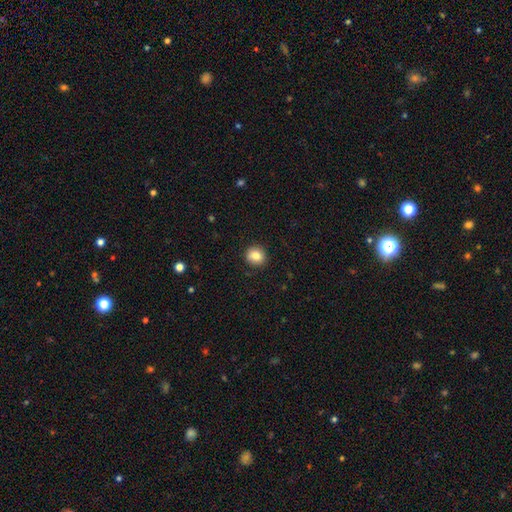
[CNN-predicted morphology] Smooth or featured: smooth — 83% (star or artifact — 9%)
How rounded: round — 89% (in between — 10%)
Merging: none — 91% (minor disturbance — 6%)